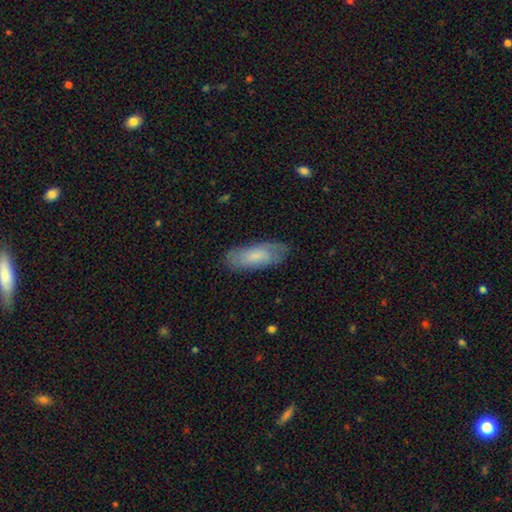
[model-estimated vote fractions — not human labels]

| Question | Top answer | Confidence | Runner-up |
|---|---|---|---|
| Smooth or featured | smooth | 69% | featured or disk (25%) |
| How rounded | in between | 71% | cigar-shaped (27%) |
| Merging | none | 77% | minor disturbance (18%) |